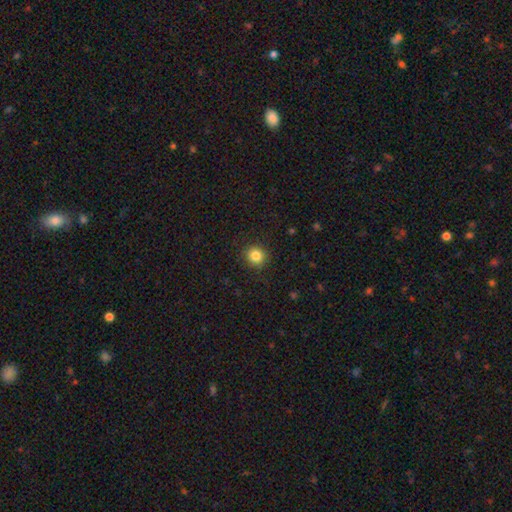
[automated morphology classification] The model was most divided on "smooth or featured": smooth: 84%, star or artifact: 11%, featured or disk: 5%. More confident: how rounded — round (91%); merging — none (90%).